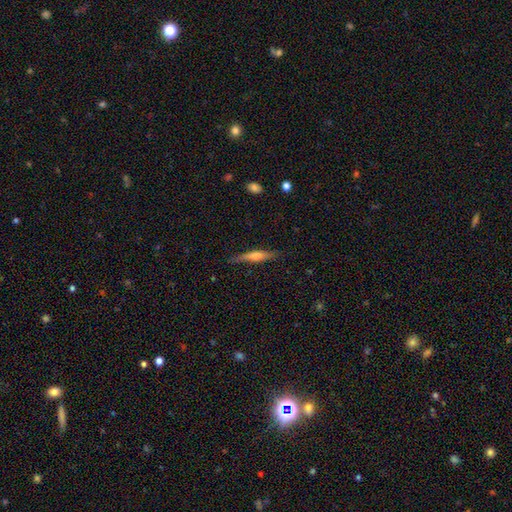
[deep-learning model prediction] This is likely a featured or disk galaxy (62%). It is clearly viewed edge-on (95%). Edge-on bulge: clearly rounded (80%). Merging: clearly none (81%).